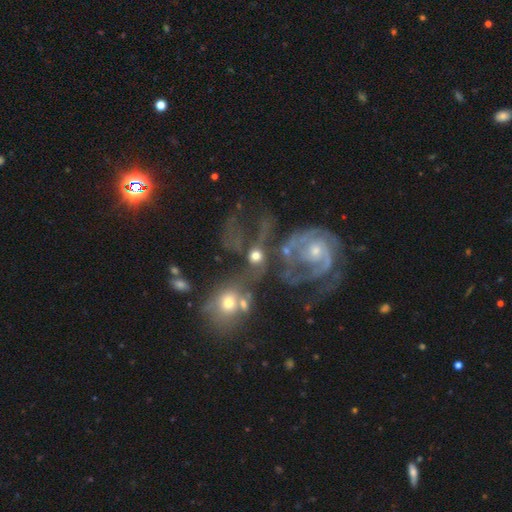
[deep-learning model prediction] A featured or disk galaxy (52%).

Vote fractions:
- Smooth or featured? featured or disk: 52% / smooth: 32% / star or artifact: 16%
- Edge-on disk? no: 95% / yes: 5%
- Merging? merger: 51% / none: 20% / major disturbance: 20% / minor disturbance: 9%